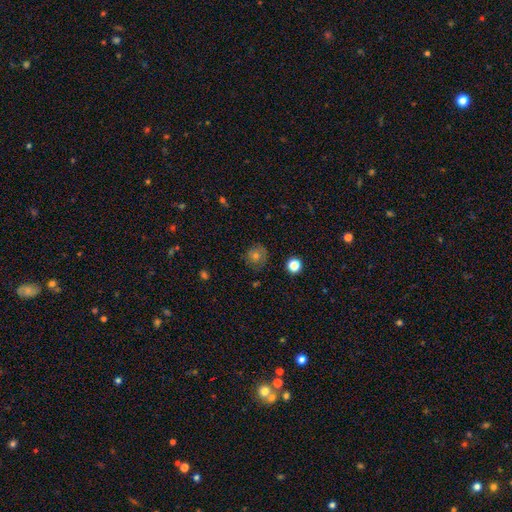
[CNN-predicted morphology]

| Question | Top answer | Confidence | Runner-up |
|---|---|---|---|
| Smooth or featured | smooth | 58% | featured or disk (23%) |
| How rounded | round | 91% | in between (8%) |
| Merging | none | 80% | minor disturbance (14%) |